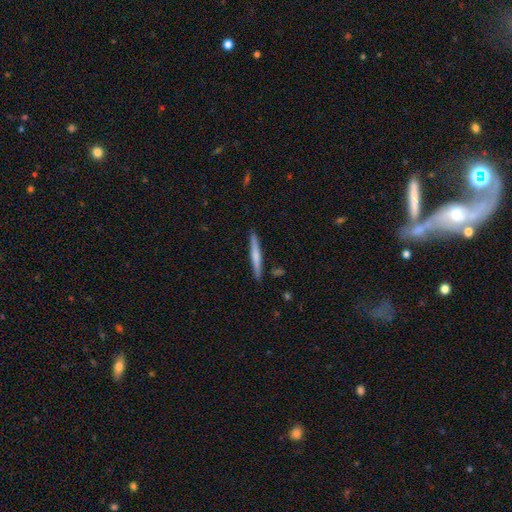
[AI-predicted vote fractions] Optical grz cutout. It shows a smooth galaxy with no disk features (54%) that is cigar-shaped (96%). Merging: none (89%).